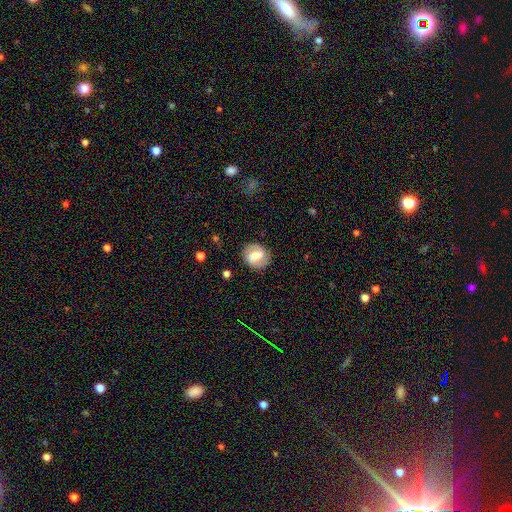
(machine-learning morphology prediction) smooth_or_featured: featured or disk (p=0.60) [alt: smooth p=0.33]
disk_edge_on: no (p=0.97) [alt: yes p=0.03]
bar: weak (p=0.46) [alt: strong p=0.38]
has_spiral_arms: yes (p=0.83) [alt: no p=0.17]
bulge_size: moderate (p=0.47) [alt: large p=0.23]
merging: none (p=0.84) [alt: minor disturbance p=0.11]